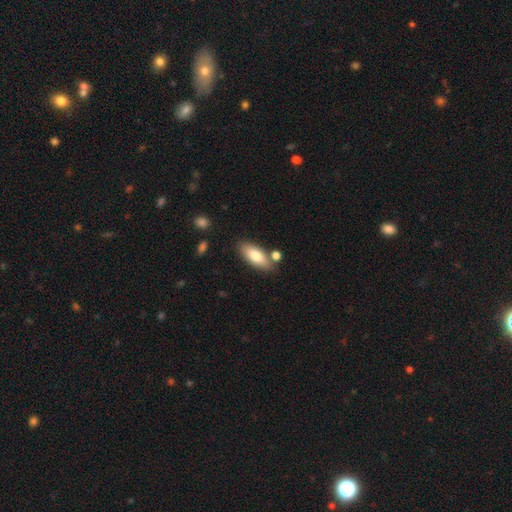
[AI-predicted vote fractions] Smooth or featured? smooth (79%)
How rounded? in between (79%)
Merging? none (75%)